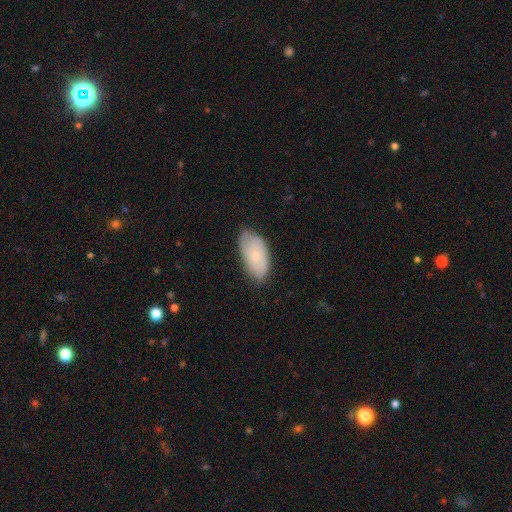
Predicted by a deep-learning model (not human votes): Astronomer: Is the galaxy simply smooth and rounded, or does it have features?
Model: smooth — 64%.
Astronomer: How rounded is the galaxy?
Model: in between — 94%.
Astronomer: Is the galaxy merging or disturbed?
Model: none — 74%.